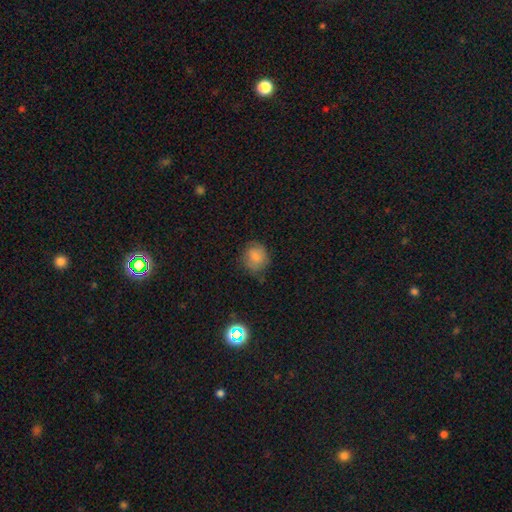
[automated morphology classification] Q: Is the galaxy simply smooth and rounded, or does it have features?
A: smooth — 76%.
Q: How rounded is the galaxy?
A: round — 77%.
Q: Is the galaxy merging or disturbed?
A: none — 74%.